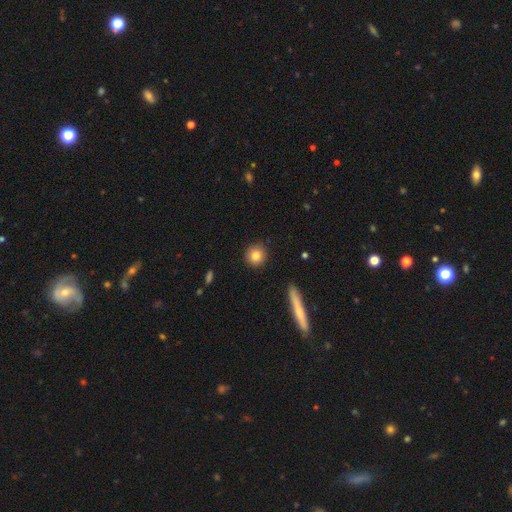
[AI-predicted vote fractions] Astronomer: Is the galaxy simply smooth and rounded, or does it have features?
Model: smooth — 82%.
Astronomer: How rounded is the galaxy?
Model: round — 90%.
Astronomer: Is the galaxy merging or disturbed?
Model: none — 90%.